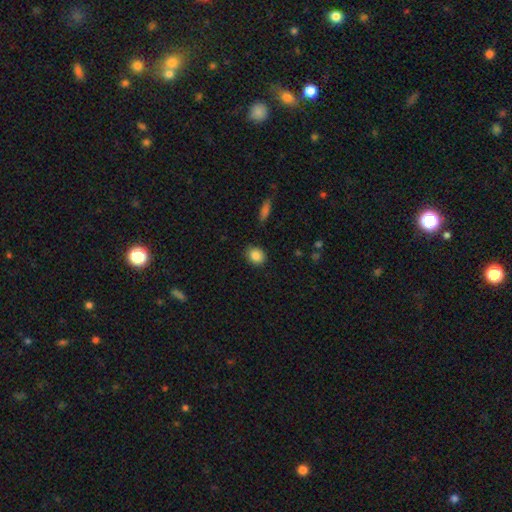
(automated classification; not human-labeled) Smooth or featured: smooth — 86% (star or artifact — 9%)
How rounded: round — 65% (in between — 34%)
Merging: none — 85% (minor disturbance — 11%)